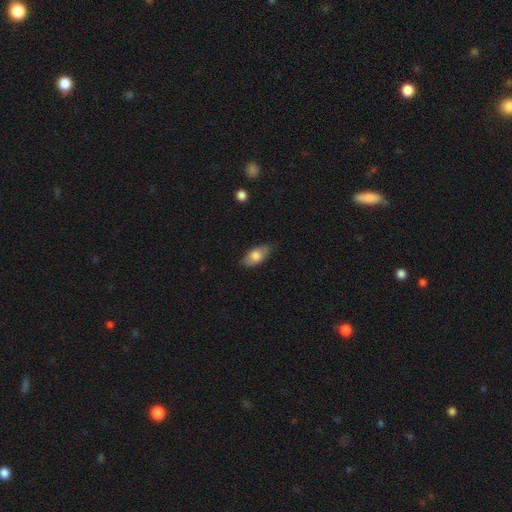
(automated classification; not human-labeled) Smooth or featured? smooth (75%)
How rounded? in between (91%)
Merging? none (78%)